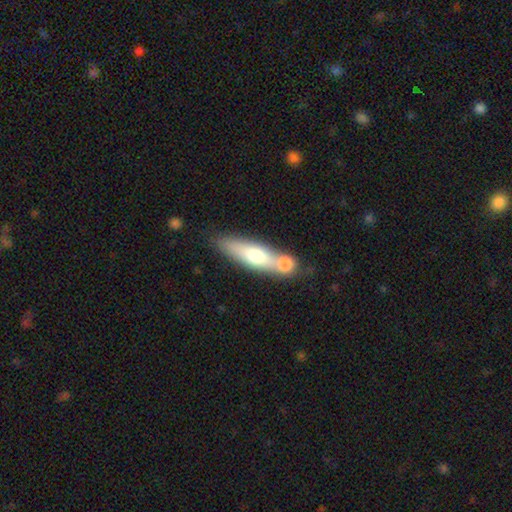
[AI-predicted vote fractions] Morphology: type=smooth (62%); roundness=cigar-shaped (59%); merging=merger (43%).